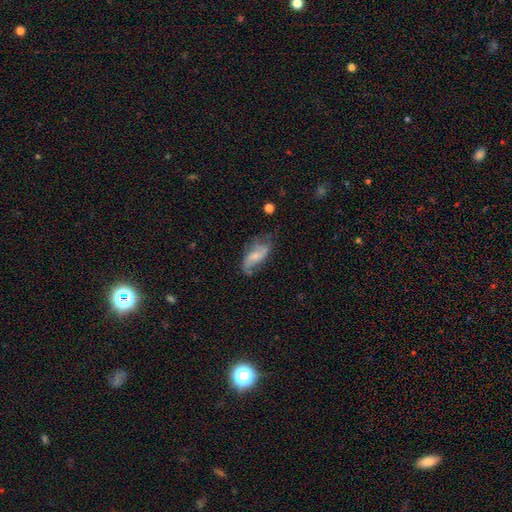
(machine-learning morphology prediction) This appears to be a featured or disk galaxy (57%) with no bar (49%), spiral arms (83%) and a small central bulge (45%). Merging: none (47%).